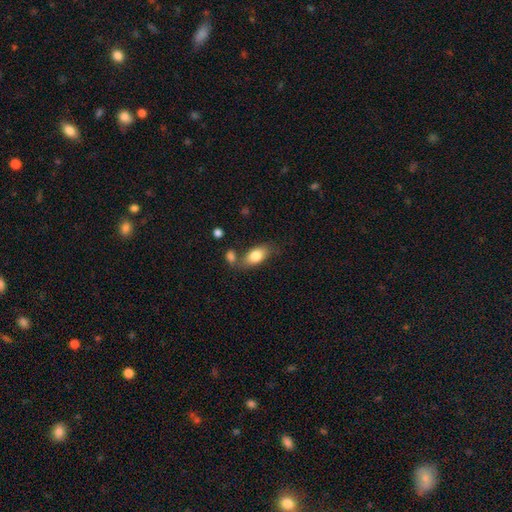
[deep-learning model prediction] A smooth galaxy with no disk features (79%) that is in between round and cigar-shaped (89%).

Vote fractions:
- Smooth or featured? smooth: 79% / featured or disk: 14% / star or artifact: 7%
- How rounded? in between: 89% / cigar-shaped: 6% / round: 6%
- Merging? none: 62% / minor disturbance: 17% / merger: 16% / major disturbance: 5%